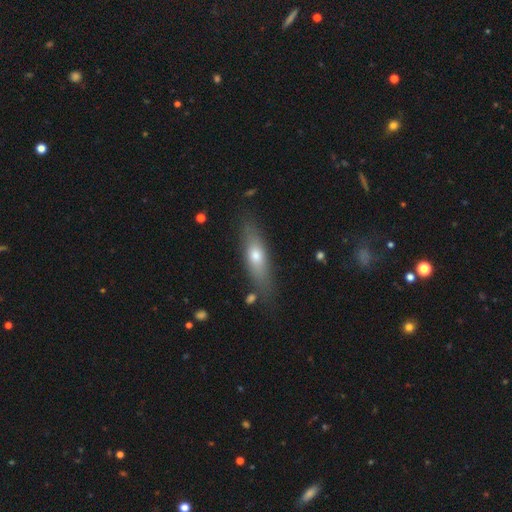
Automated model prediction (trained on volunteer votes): The model was most divided on "how rounded": cigar-shaped: 57%, in between: 40%, round: 3%. More confident: merging — none (79%); smooth or featured — smooth (60%).